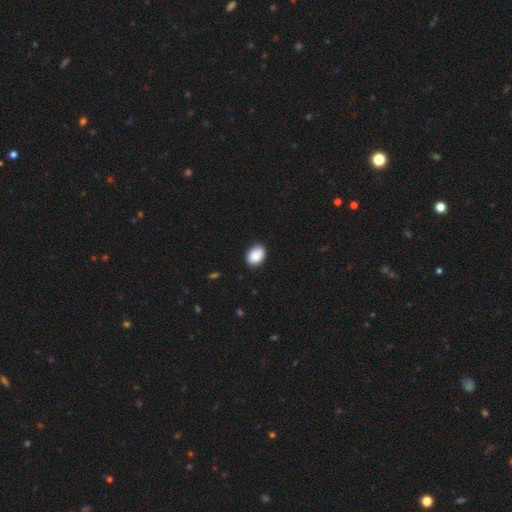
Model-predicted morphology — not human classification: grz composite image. It shows a smooth galaxy with no disk features (87%) that is in between round and cigar-shaped (77%). Merging: none (80%).